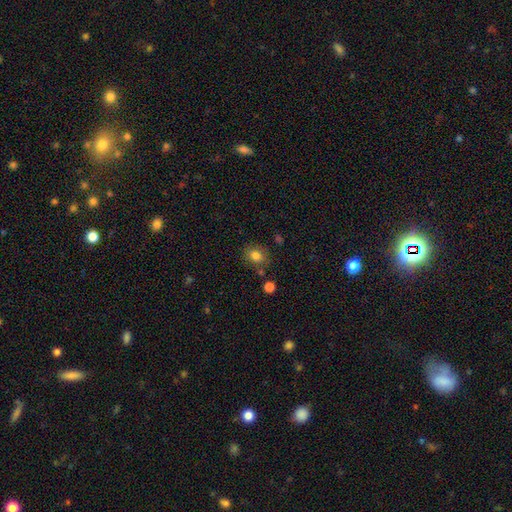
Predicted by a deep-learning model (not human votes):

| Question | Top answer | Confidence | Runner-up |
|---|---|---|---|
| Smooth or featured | smooth | 80% | star or artifact (11%) |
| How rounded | round | 61% | in between (38%) |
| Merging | none | 80% | minor disturbance (12%) |